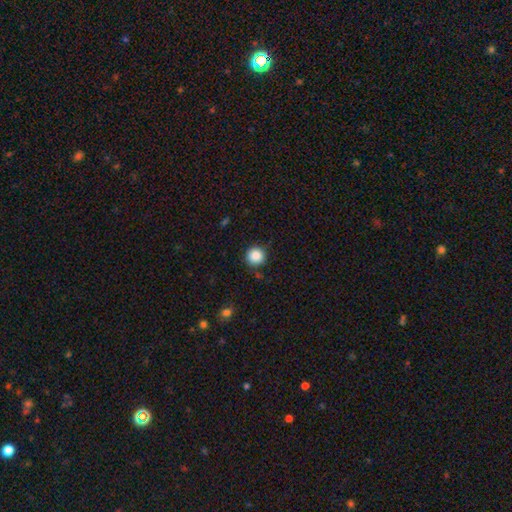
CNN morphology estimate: This is clearly a smooth galaxy (87%). How rounded: clearly round (95%). Merging: clearly none (87%).